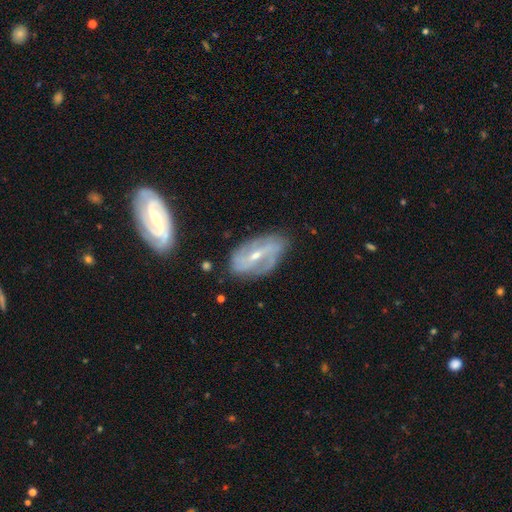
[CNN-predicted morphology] Smooth or featured?
  - featured or disk: 80% *
  - smooth: 13%
  - star or artifact: 7%
Edge-on disk?
  - no: 92% *
  - yes: 8%
Bar?
  - strong: 49% *
  - weak: 35%
  - no: 16%
Spiral arms?
  - yes: 87% *
  - no: 13%
Spiral winding?
  - medium: 38% *
  - loose: 35%
  - tight: 28%
Spiral arm count?
  - 2: 68% *
  - can't tell: 17%
  - 3: 6%
  - 1: 4%
  - 4: 2%
  - more than 4: 2%
Bulge size?
  - small: 60% *
  - moderate: 37%
  - none: 2%
  - large: 1%
  - dominant: 1%
Merging?
  - none: 69% *
  - minor disturbance: 21%
  - major disturbance: 7%
  - merger: 3%